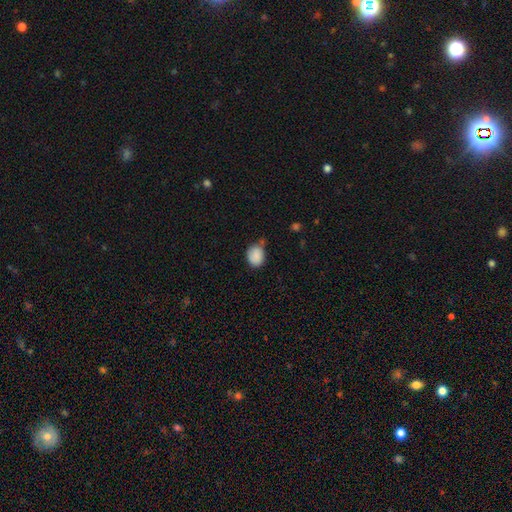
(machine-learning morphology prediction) Smooth or featured? Predicted: smooth (p=0.87). How rounded? Predicted: round (p=0.50). Merging? Predicted: none (p=0.56).